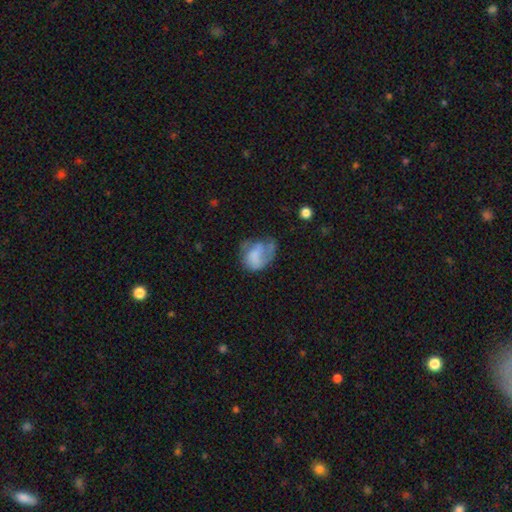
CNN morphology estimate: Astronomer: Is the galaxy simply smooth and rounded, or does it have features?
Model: smooth — 51% (runner-up: featured or disk, 40%).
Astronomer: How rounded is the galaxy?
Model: in between — 59% (runner-up: round, 40%).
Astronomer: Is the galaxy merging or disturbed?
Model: major disturbance — 36% (runner-up: none, 32%).